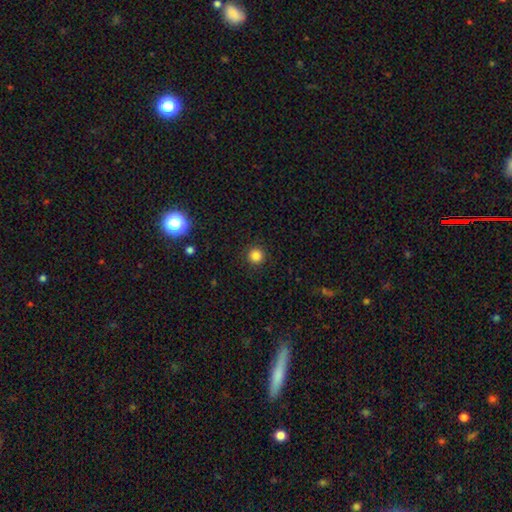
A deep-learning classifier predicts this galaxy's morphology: Smooth or featured: smooth — 83% (star or artifact — 13%)
How rounded: round — 95% (in between — 4%)
Merging: none — 92% (minor disturbance — 5%)